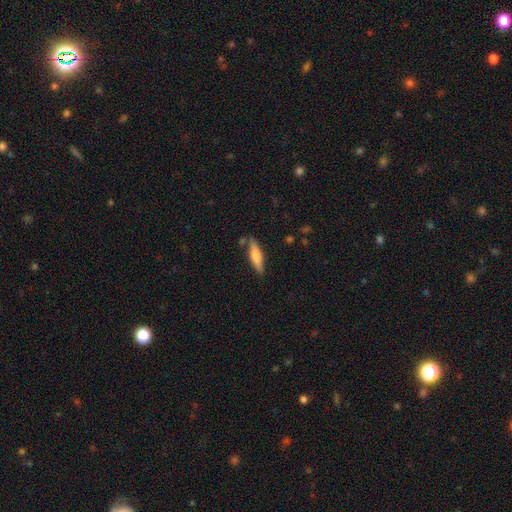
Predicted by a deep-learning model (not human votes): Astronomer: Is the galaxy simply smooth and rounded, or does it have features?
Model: smooth — 63%.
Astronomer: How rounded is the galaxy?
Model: cigar-shaped — 73%.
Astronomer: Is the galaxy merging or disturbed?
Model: none — 78%.